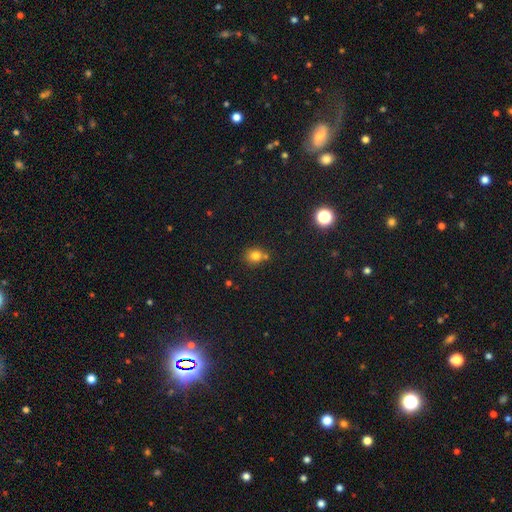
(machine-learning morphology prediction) smooth_or_featured: smooth (p=0.78) [alt: star or artifact p=0.14]
how_rounded: round (p=0.78) [alt: in between p=0.21]
merging: none (p=0.61) [alt: merger p=0.23]